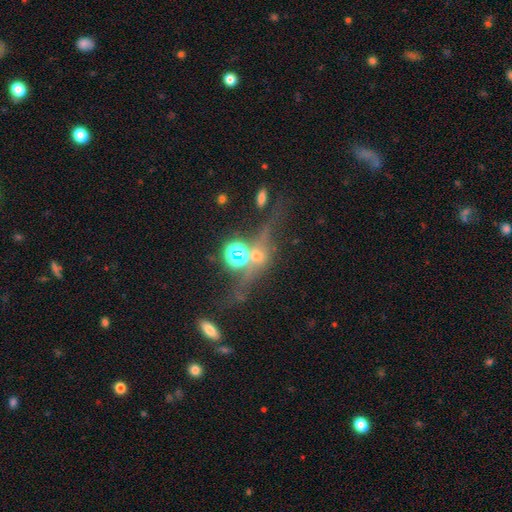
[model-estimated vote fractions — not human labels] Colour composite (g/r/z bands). It shows a star or artifact, not a galaxy (42%).